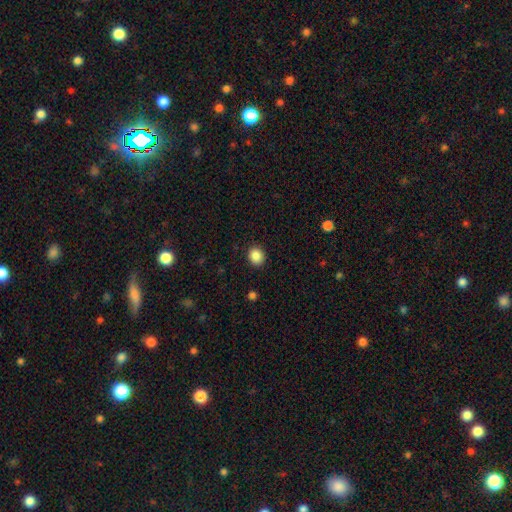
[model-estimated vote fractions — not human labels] Smooth or featured? Predicted: smooth (p=0.87). How rounded? Predicted: round (p=0.73). Merging? Predicted: none (p=0.91).